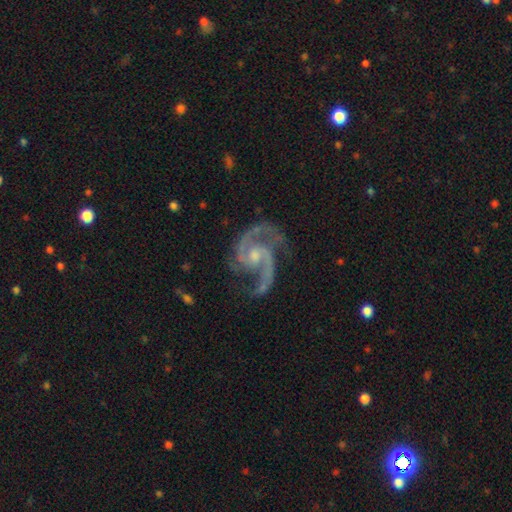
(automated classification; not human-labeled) Smooth or featured: featured or disk — 94% (star or artifact — 4%)
Edge-on disk: no — 98% (yes — 2%)
Bar: no — 56% (weak — 37%)
Spiral arms: yes — 99% (no — 1%)
Spiral winding: medium — 64% (tight — 21%)
Spiral arm count: 2 — 73% (3 — 17%)
Bulge size: small — 46% (moderate — 45%)
Merging: none — 66% (minor disturbance — 20%)